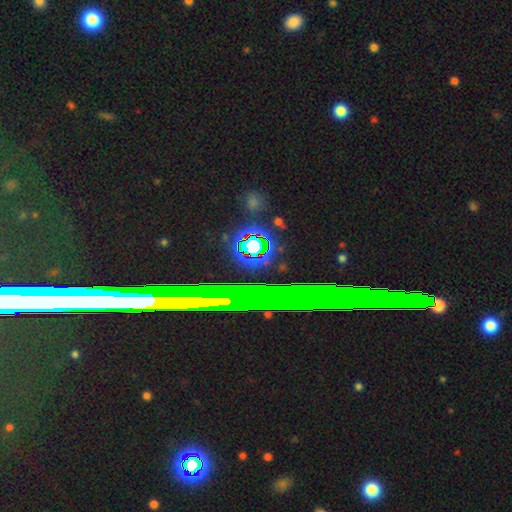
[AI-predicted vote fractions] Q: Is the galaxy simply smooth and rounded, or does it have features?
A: star or artifact — 76%.